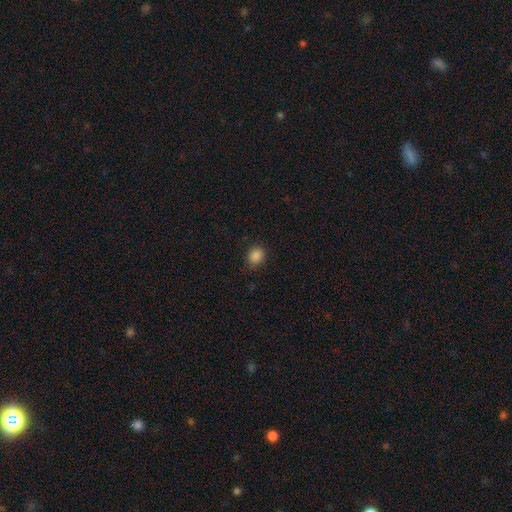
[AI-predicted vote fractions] Q: Smooth or featured?
A: smooth (86%); runner-up: star or artifact (11%)
Q: How rounded?
A: round (75%); runner-up: in between (24%)
Q: Merging?
A: none (86%); runner-up: minor disturbance (10%)